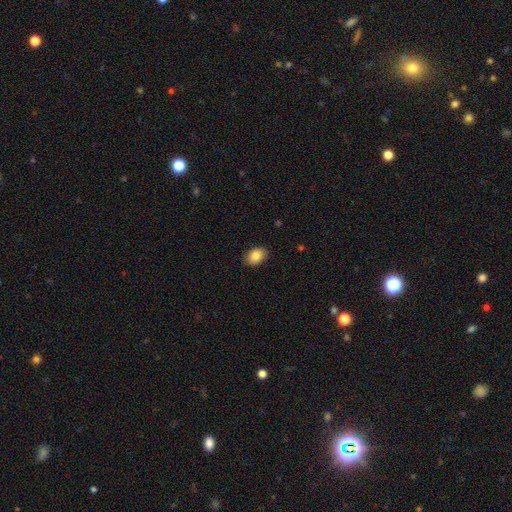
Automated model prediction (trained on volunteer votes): The model was most divided on "how rounded": in between: 83%, round: 16%, cigar-shaped: 1%. More confident: merging — none (88%); smooth or featured — smooth (85%).